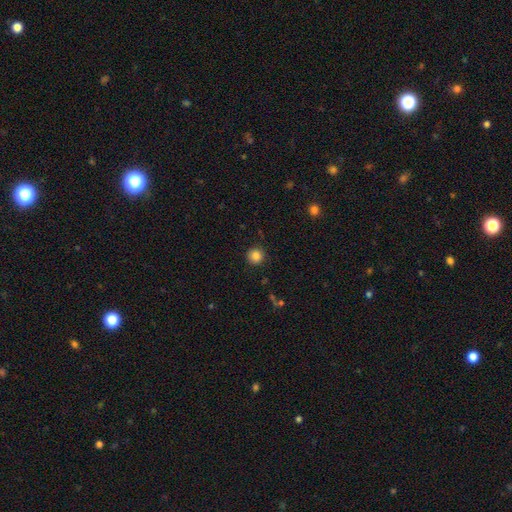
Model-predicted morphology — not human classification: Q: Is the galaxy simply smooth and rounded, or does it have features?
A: smooth — 85%.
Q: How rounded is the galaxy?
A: round — 94%.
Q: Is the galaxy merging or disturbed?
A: none — 90%.